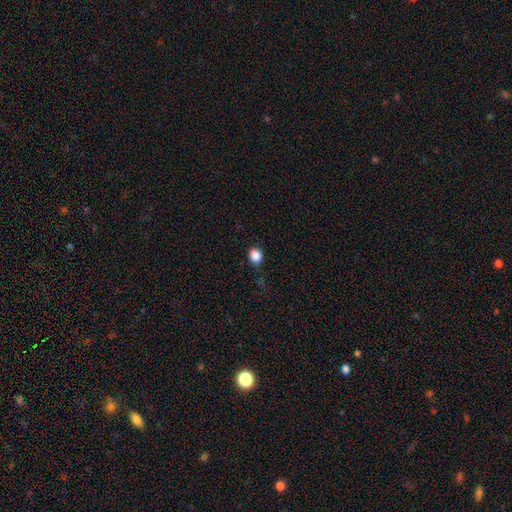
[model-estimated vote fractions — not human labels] Overall: smooth (86%). How rounded: round (72%). Merging: none (83%).